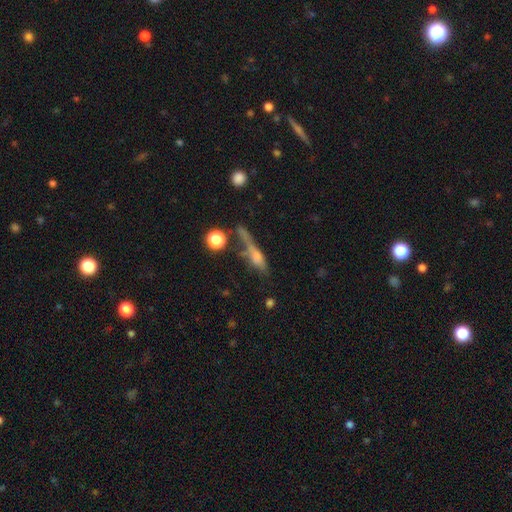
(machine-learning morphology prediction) Smooth or featured?
  - featured or disk: 43% * (tied)
  - smooth: 43% * (tied)
  - star or artifact: 15%
Merging?
  - none: 49% *
  - minor disturbance: 21%
  - major disturbance: 16%
  - merger: 15%